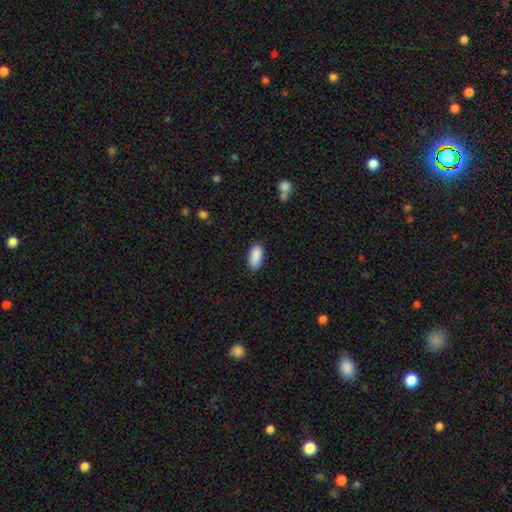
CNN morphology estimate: smooth-or-featured: smooth: 90% | star or artifact: 7% | featured or disk: 3%
  how-rounded: in between: 87% | cigar-shaped: 11% | round: 2%
  merging: none: 84% | minor disturbance: 12% | major disturbance: 2% | merger: 1%